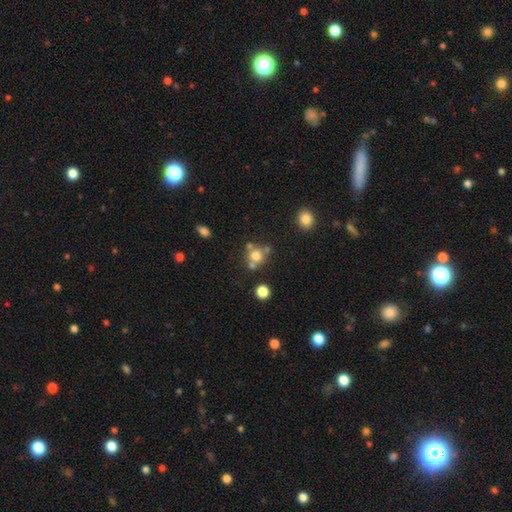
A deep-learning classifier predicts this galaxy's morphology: smooth 72%, star or artifact 15%, featured or disk 14%. Down the decision tree: how rounded — round (87%); merging — none (60%).